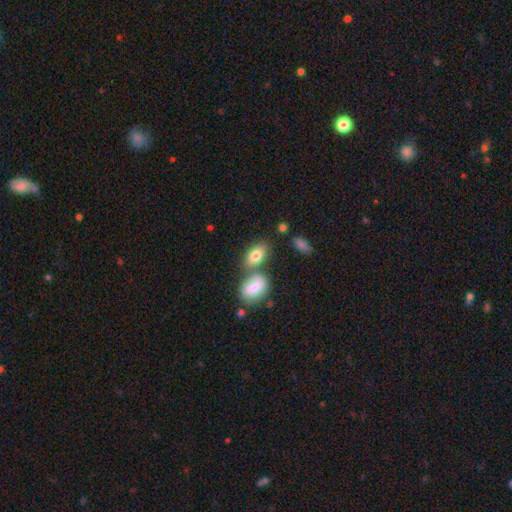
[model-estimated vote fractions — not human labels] This appears to be a smooth galaxy with no disk features (80%) that is in between round and cigar-shaped (88%). Merging: none (53%).